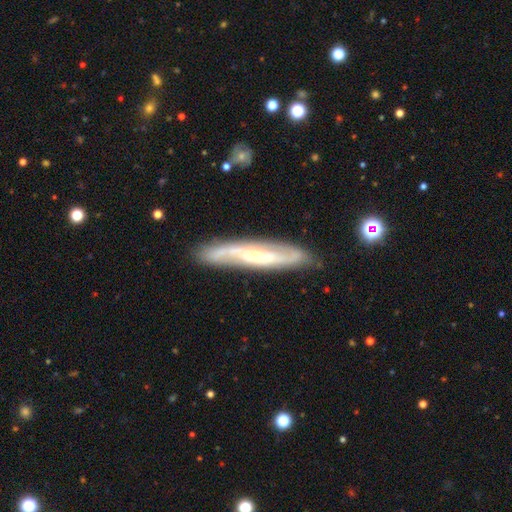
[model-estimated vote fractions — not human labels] Smooth or featured? Predicted: featured or disk (p=0.72). Edge-on disk? Predicted: no (p=0.57). Merging? Predicted: none (p=0.80).